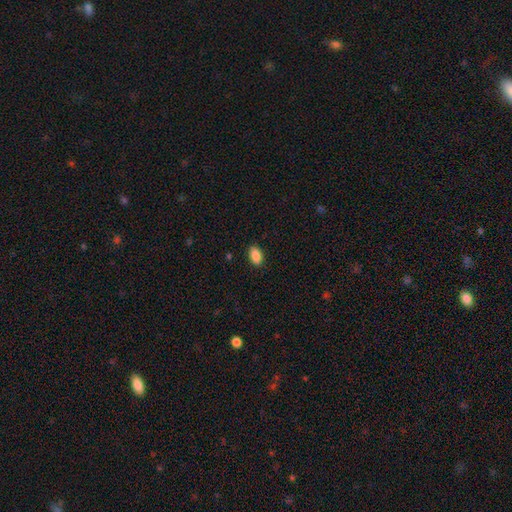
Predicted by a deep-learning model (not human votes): Overall: smooth (89%). How rounded: in between (92%). Merging: none (88%).